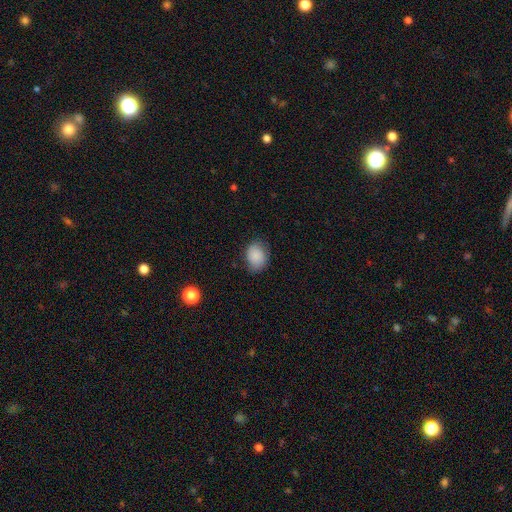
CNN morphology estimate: Smooth or featured?
  - smooth: 86% *
  - star or artifact: 8%
  - featured or disk: 6%
How rounded?
  - in between: 61% *
  - round: 38%
  - cigar-shaped: 1%
Merging?
  - none: 74% *
  - minor disturbance: 20%
  - major disturbance: 5%
  - merger: 1%